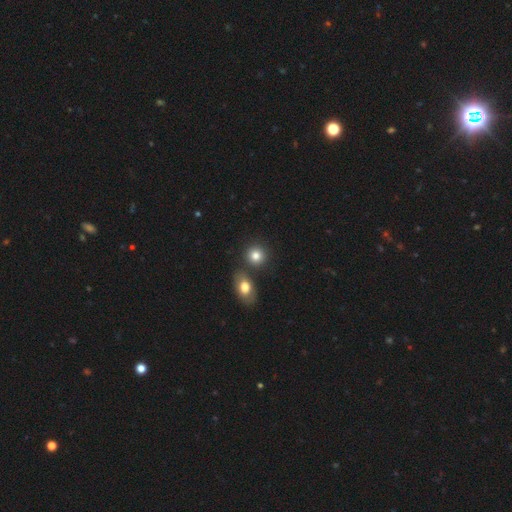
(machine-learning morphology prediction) smooth 80%, star or artifact 10%, featured or disk 10%. Down the decision tree: how rounded — round (83%); merging — none (73%).